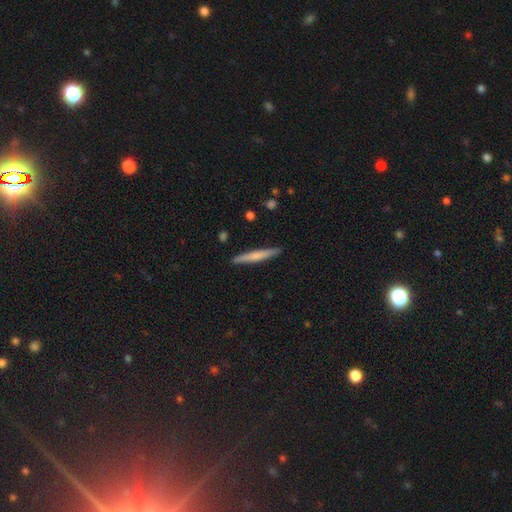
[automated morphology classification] A smooth galaxy with no disk features (58%) that is cigar-shaped (95%).

Vote fractions:
- Smooth or featured? smooth: 58% / featured or disk: 37% / star or artifact: 5%
- How rounded? cigar-shaped: 95% / in between: 3% / round: 1%
- Merging? none: 90% / minor disturbance: 7% / major disturbance: 1% / merger: 1%